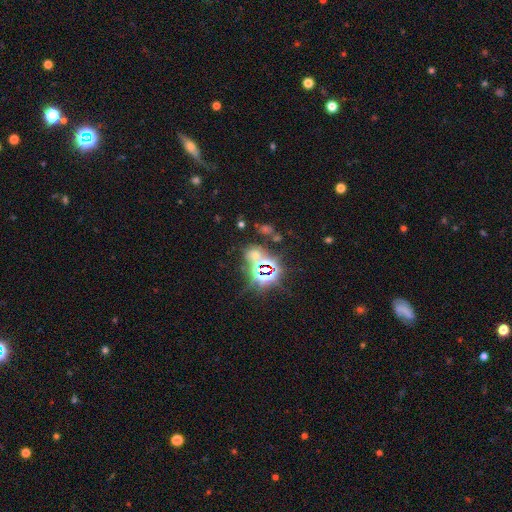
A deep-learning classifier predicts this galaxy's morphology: This is likely a star or artifact rather than a galaxy (66%).